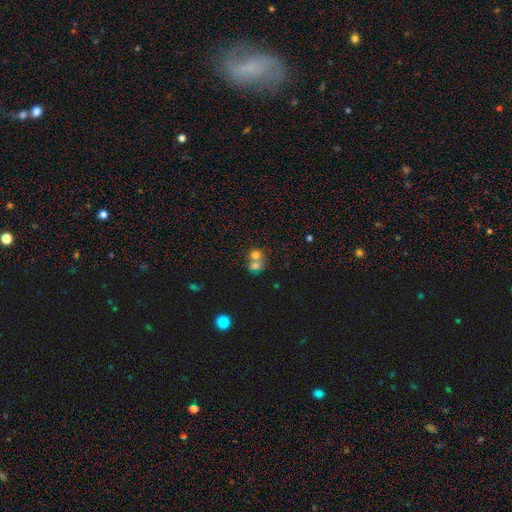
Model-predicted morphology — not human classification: This appears to be a smooth galaxy with no disk features (69%) that is round (70%). Merging: merger (62%).